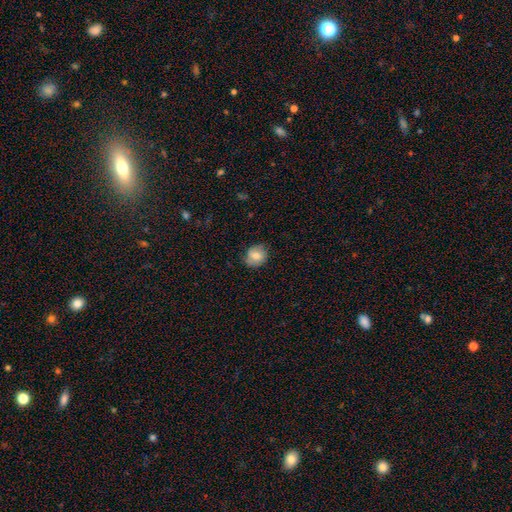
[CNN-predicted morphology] smooth 72%, featured or disk 19%, star or artifact 8%. Down the decision tree: how rounded — round (74%); merging — none (74%).